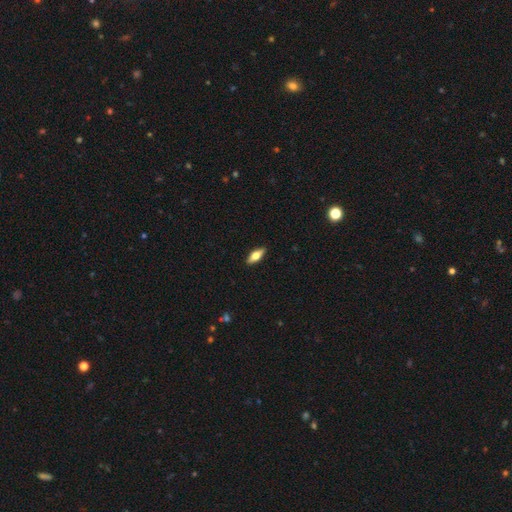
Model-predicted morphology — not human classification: A smooth galaxy with no disk features (55%) that is in between round and cigar-shaped (68%). Merging: none (89%).